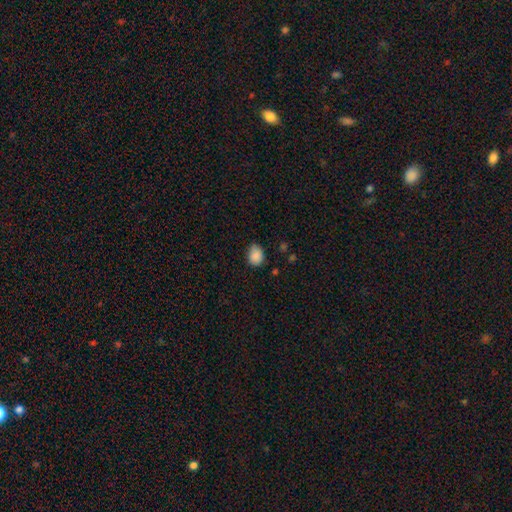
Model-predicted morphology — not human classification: smooth 88%, star or artifact 9%, featured or disk 4%. Down the decision tree: how rounded — in between (56%); merging — none (68%).